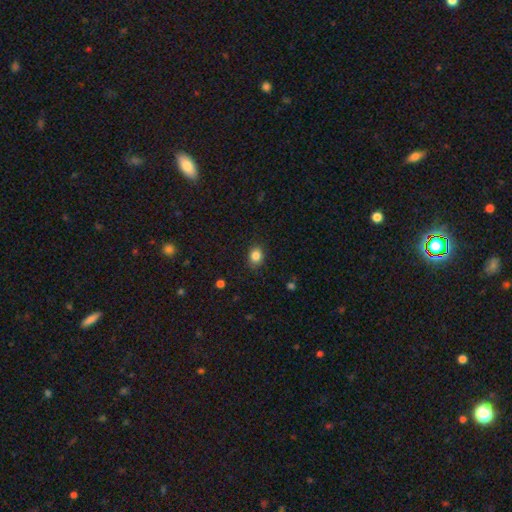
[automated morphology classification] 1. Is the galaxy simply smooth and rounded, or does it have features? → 85% smooth, 10% star or artifact, 5% featured or disk.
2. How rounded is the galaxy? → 54% round, 45% in between, 1% cigar-shaped.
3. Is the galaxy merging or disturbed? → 86% none, 11% minor disturbance, 3% major disturbance, 1% merger.